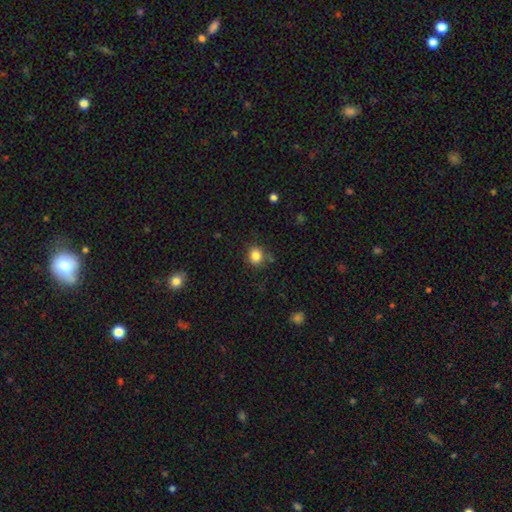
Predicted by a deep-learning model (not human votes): This is clearly a smooth galaxy (84%). How rounded: likely round (70%). Merging: likely none (79%).